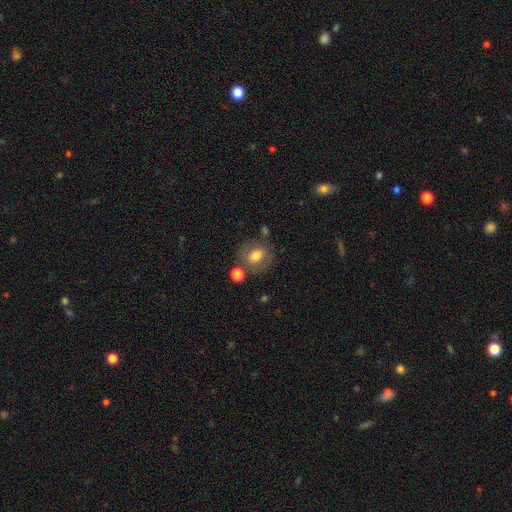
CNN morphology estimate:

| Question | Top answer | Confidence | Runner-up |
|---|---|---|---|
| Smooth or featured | smooth | 65% | featured or disk (25%) |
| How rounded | round | 65% | in between (34%) |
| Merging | none | 66% | minor disturbance (15%) |